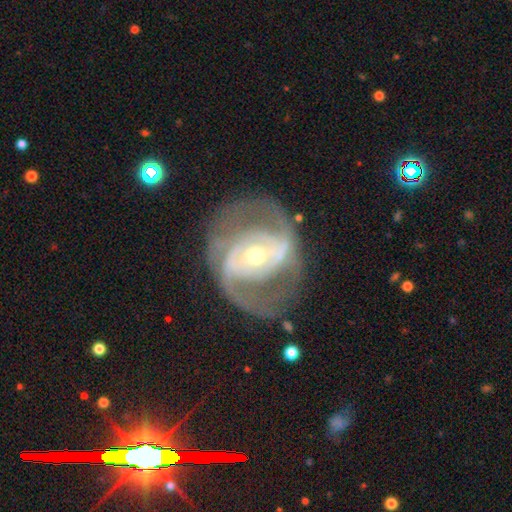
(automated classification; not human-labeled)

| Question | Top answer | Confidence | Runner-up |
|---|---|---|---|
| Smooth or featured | featured or disk | 88% | smooth (7%) |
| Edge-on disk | no | 97% | yes (3%) |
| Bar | weak | 37% | no (35%) |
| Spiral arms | yes | 91% | no (9%) |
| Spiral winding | medium | 49% | tight (33%) |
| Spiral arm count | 2 | 75% | can't tell (11%) |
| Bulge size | moderate | 51% | small (44%) |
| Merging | none | 65% | minor disturbance (17%) |